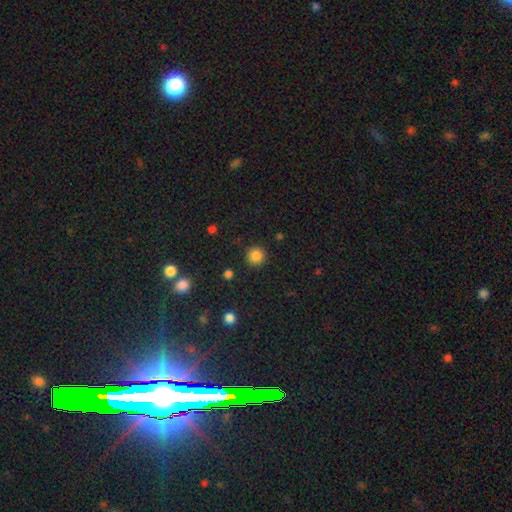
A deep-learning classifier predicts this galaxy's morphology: Smooth or featured: smooth — 85% (star or artifact — 12%)
How rounded: round — 94% (in between — 5%)
Merging: none — 90% (minor disturbance — 6%)